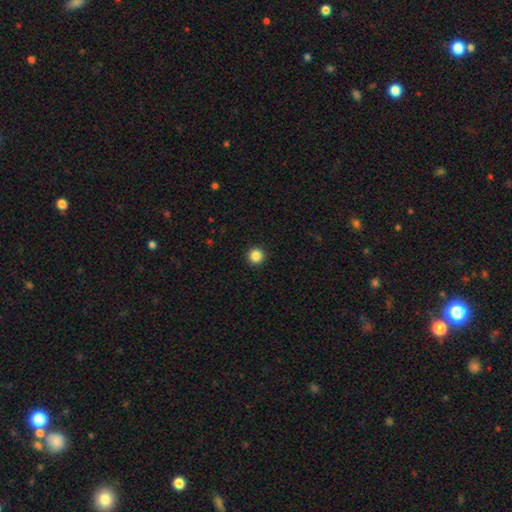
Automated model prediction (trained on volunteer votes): smooth 86%, star or artifact 11%, featured or disk 3%. Down the decision tree: how rounded — round (95%); merging — none (93%).